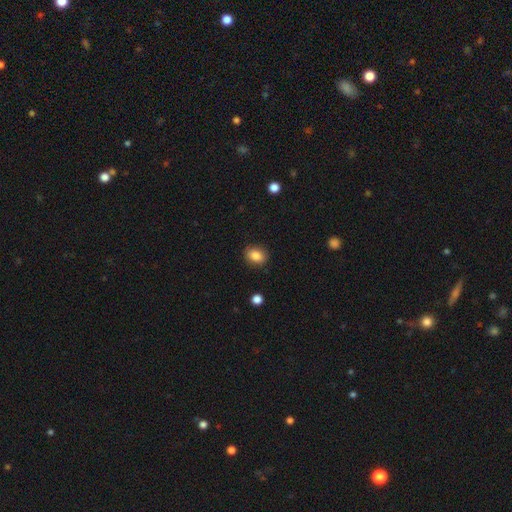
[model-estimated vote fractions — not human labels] Smooth or featured? Predicted: smooth (p=0.85). How rounded? Predicted: in between (p=0.57). Merging? Predicted: none (p=0.86).